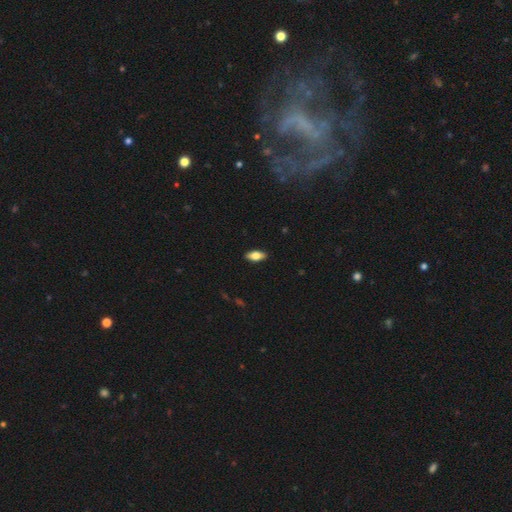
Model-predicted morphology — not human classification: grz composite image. It shows a smooth galaxy with no disk features (74%) that is in between round and cigar-shaped (87%). Merging: none (89%).